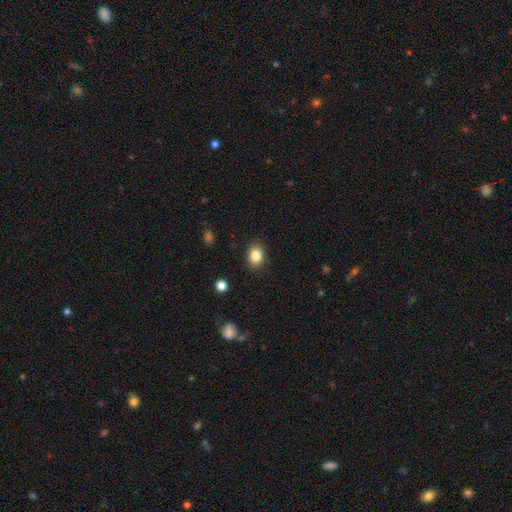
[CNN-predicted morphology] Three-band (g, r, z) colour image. It shows a smooth galaxy with no disk features (85%) that is in between round and cigar-shaped (56%). Merging: none (87%).